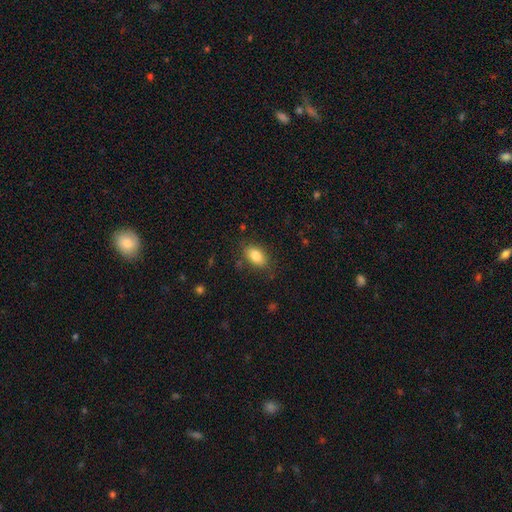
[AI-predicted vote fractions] Smooth or featured? Predicted: smooth (p=0.82). How rounded? Predicted: in between (p=0.86). Merging? Predicted: none (p=0.80).